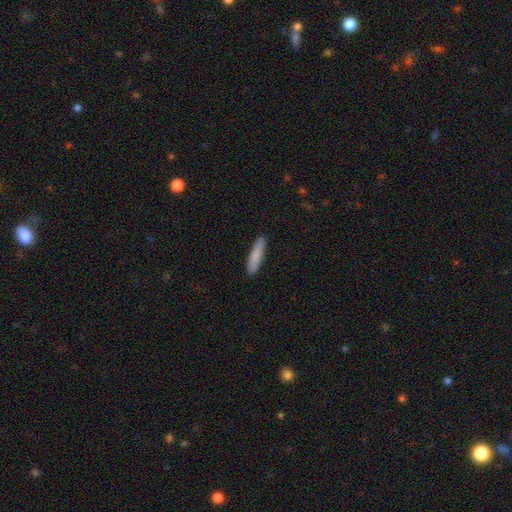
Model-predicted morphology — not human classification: smooth 86%, featured or disk 9%, star or artifact 6%. Down the decision tree: how rounded — cigar-shaped (80%); merging — none (90%).